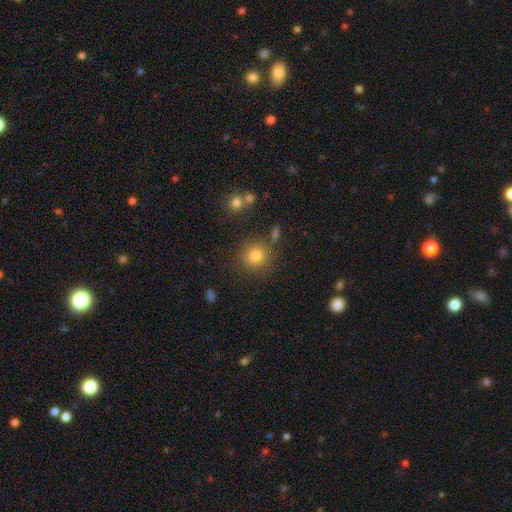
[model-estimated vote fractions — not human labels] This is likely a smooth galaxy (80%). How rounded: clearly round (87%). Merging: clearly none (80%).